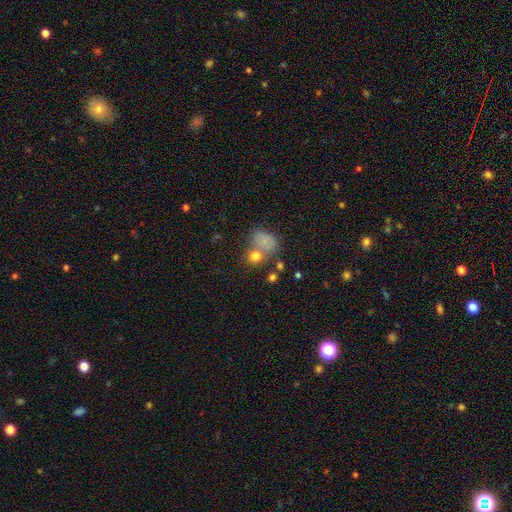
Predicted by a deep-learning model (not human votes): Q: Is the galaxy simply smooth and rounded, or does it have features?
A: smooth — 76%.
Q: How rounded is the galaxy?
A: round — 65%.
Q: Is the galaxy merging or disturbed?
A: none — 48%.